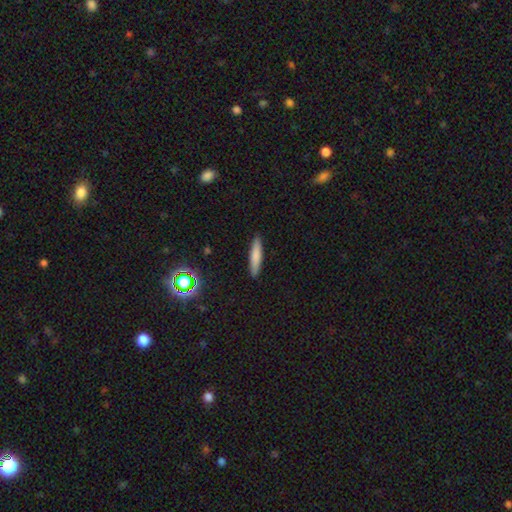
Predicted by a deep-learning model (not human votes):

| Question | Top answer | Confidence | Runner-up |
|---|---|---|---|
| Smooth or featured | smooth | 78% | featured or disk (15%) |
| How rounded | cigar-shaped | 84% | in between (14%) |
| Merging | none | 90% | minor disturbance (7%) |